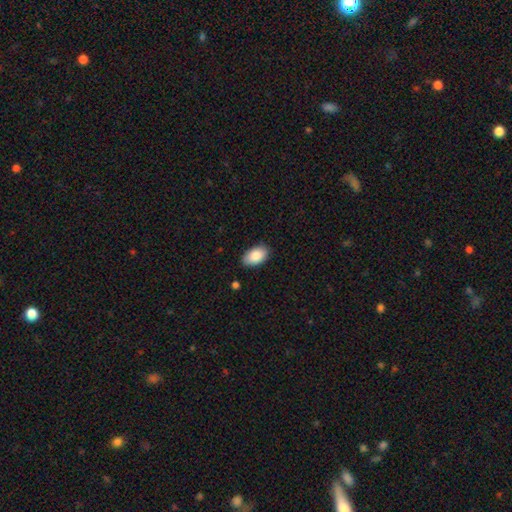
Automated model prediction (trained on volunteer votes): Q: Smooth or featured?
A: smooth (87%); runner-up: star or artifact (6%)
Q: How rounded?
A: in between (94%); runner-up: round (5%)
Q: Merging?
A: none (84%); runner-up: minor disturbance (12%)